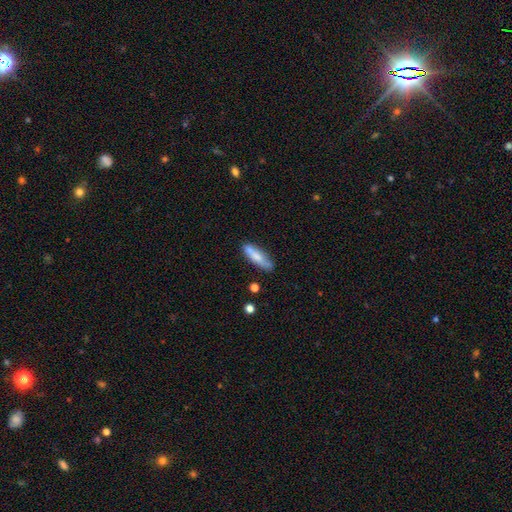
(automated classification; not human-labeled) smooth 68%, featured or disk 25%, star or artifact 7%. Down the decision tree: how rounded — cigar-shaped (62%); merging — none (69%).